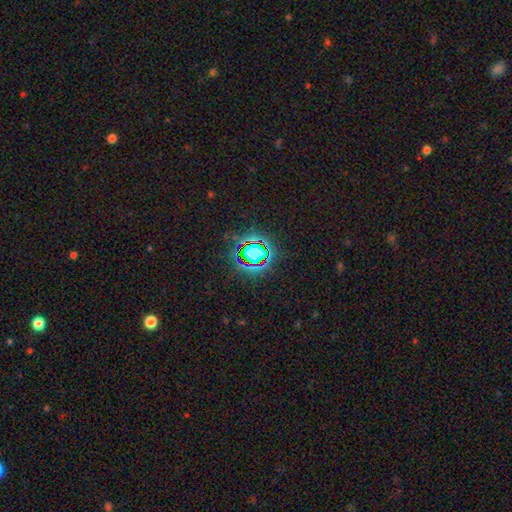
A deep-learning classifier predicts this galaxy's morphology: smooth-or-featured: star or artifact: 81% | smooth: 12% | featured or disk: 7%